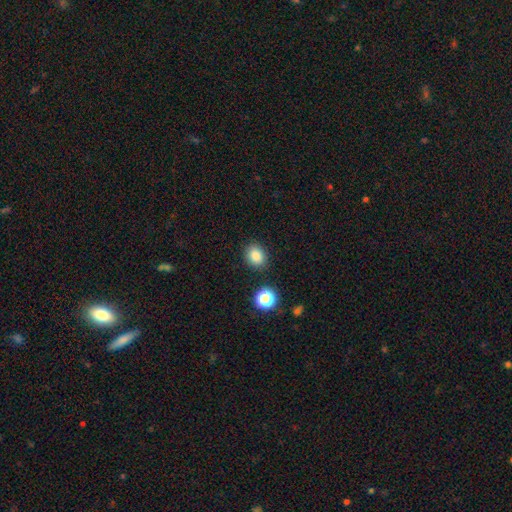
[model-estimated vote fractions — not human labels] A smooth galaxy with no disk features (83%) that is round (52%). Merging: none (85%).